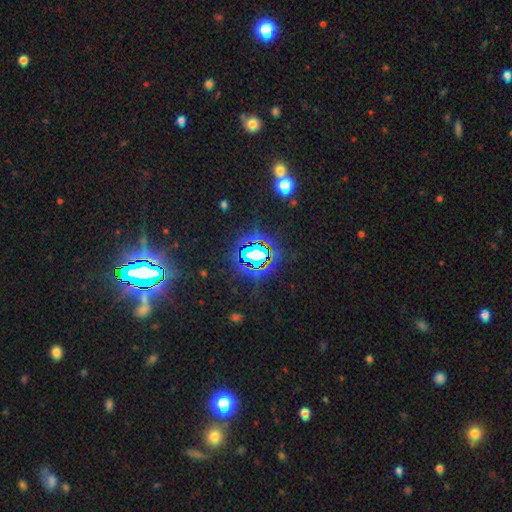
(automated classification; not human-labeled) This appears to be a star or artifact, not a galaxy (74%).